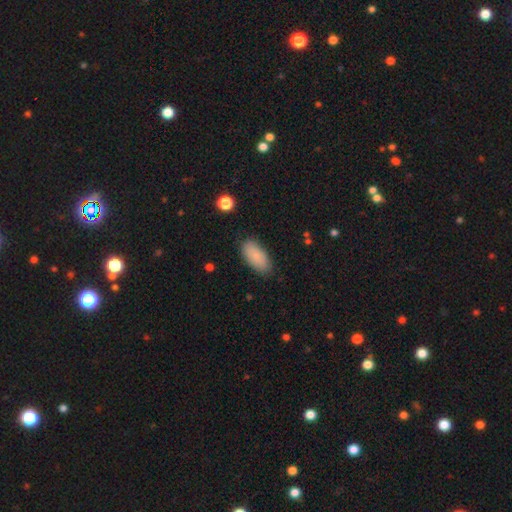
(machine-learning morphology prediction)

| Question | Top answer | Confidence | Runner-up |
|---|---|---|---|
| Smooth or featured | smooth | 83% | featured or disk (10%) |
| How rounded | in between | 91% | cigar-shaped (7%) |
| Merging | none | 84% | minor disturbance (12%) |